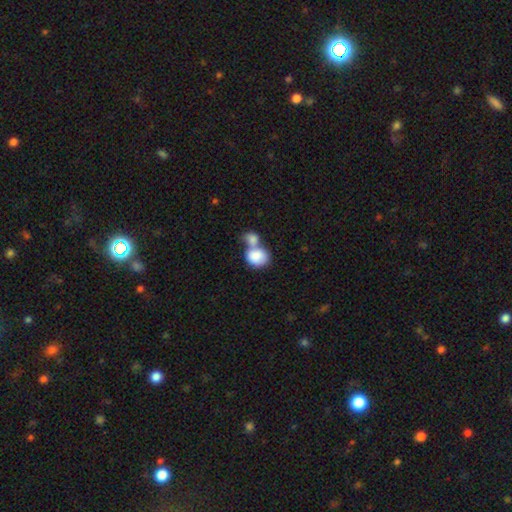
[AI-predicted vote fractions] smooth-or-featured: smooth: 81% | featured or disk: 12% | star or artifact: 6%
  how-rounded: in between: 50% | round: 49% | cigar-shaped: 1%
  merging: merger: 70% | none: 18% | minor disturbance: 7% | major disturbance: 5%